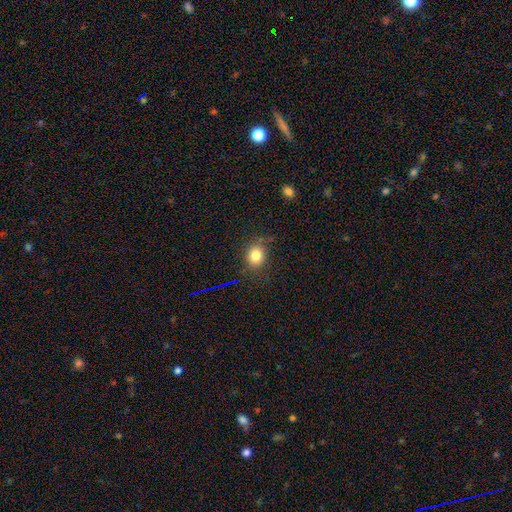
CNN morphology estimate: This appears to be a smooth galaxy with no disk features (79%) that is round (65%). Merging: none (79%).